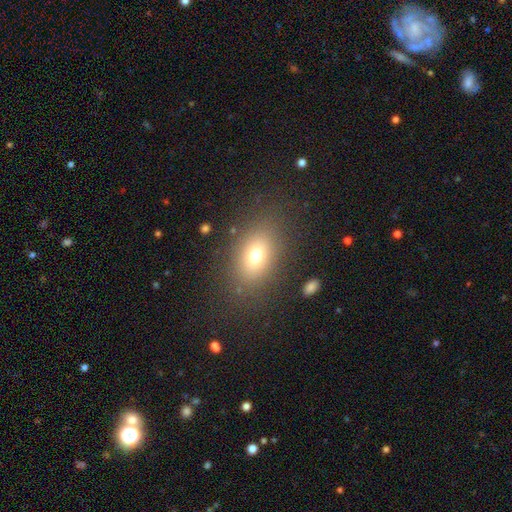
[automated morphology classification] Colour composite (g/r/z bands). It shows a smooth galaxy with no disk features (72%) that is in between round and cigar-shaped (78%). Merging: none (82%).